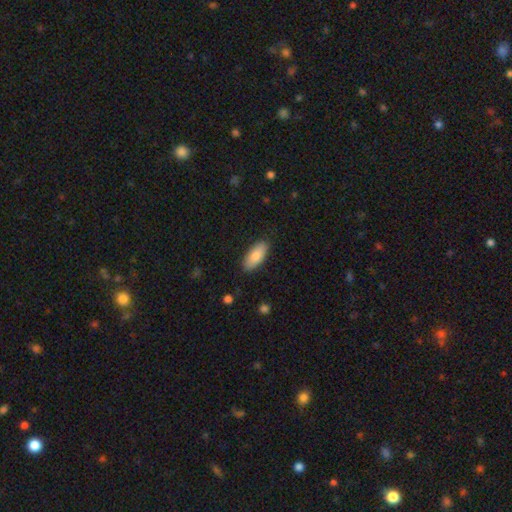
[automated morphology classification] smooth-or-featured: smooth: 84% | featured or disk: 10% | star or artifact: 6%
  how-rounded: in between: 85% | cigar-shaped: 13% | round: 2%
  merging: none: 86% | minor disturbance: 10% | major disturbance: 2% | merger: 1%